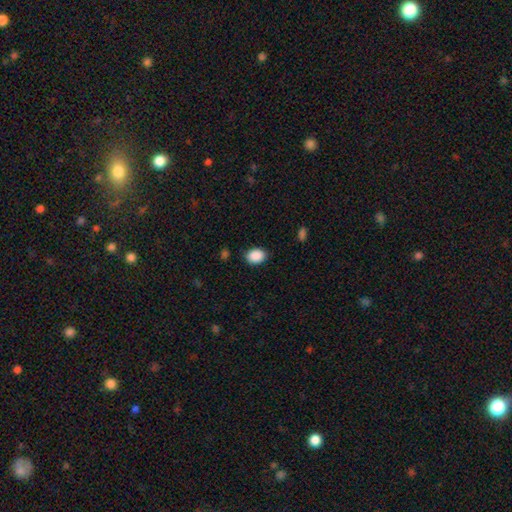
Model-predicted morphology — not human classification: This is clearly a smooth galaxy (90%). How rounded: likely in between (67%). Merging: clearly none (86%).